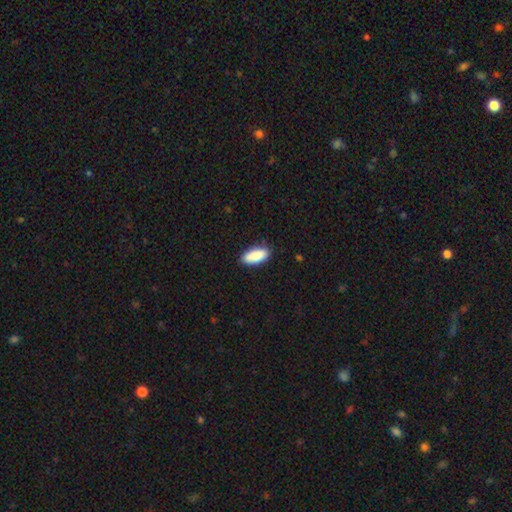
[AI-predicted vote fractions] The model was most divided on "how rounded": in between: 85%, cigar-shaped: 13%, round: 2%. More confident: smooth or featured — smooth (88%); merging — none (86%).